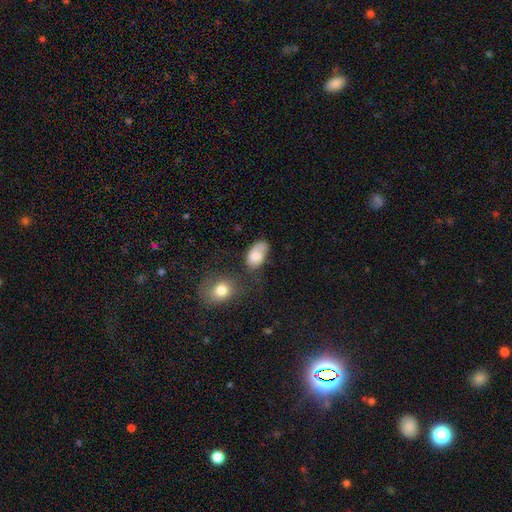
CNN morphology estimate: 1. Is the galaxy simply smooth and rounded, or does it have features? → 72% smooth, 20% featured or disk, 8% star or artifact.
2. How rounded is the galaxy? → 89% in between, 10% round, 2% cigar-shaped.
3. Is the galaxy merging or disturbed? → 39% none, 29% minor disturbance, 19% major disturbance, 13% merger.